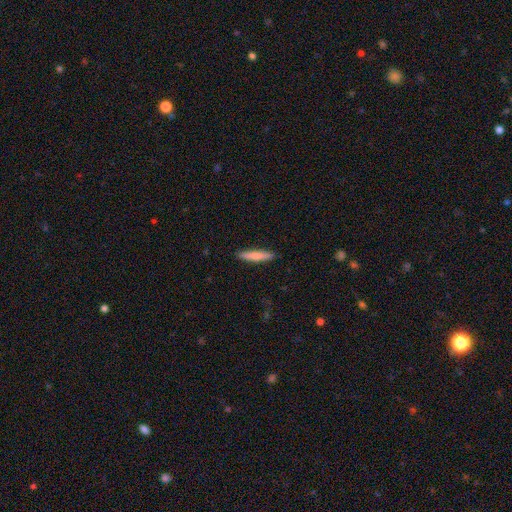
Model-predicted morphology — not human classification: This appears to be a smooth galaxy with no disk features (73%) that is cigar-shaped (90%). Merging: none (91%).